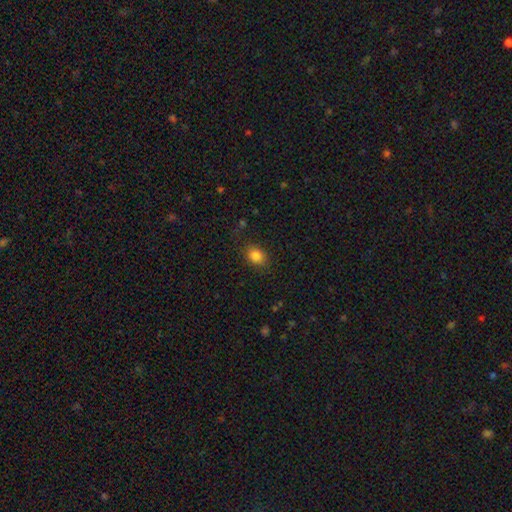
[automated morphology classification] A smooth galaxy with no disk features (83%) that is in between round and cigar-shaped (53%). Merging: none (82%).